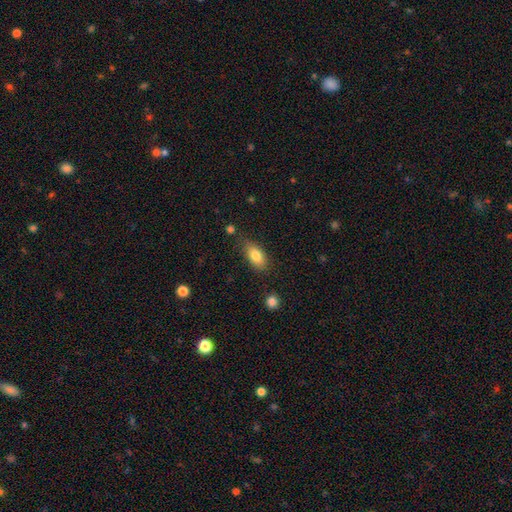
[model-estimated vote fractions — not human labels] A smooth galaxy with no disk features (81%) that is in between round and cigar-shaped (88%). Merging: none (76%).